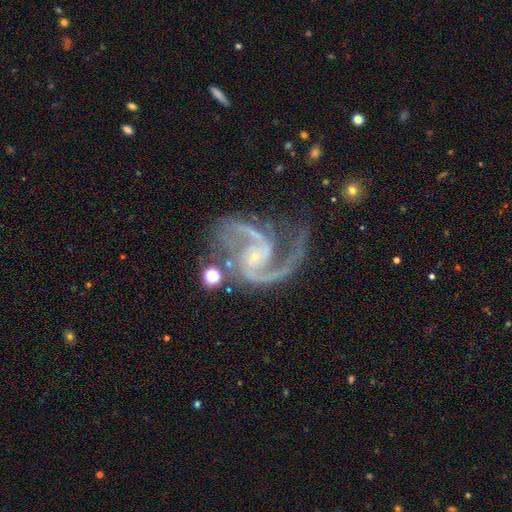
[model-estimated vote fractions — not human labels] Overall: featured or disk (94%). Edge-on disk: no (98%). Bar: no (57%; weak 31%). Spiral arms: yes (99%). Spiral arm count: 2 (89%). Spiral winding: medium (64%). Bulge size: small (84%). Merging: none (61%).